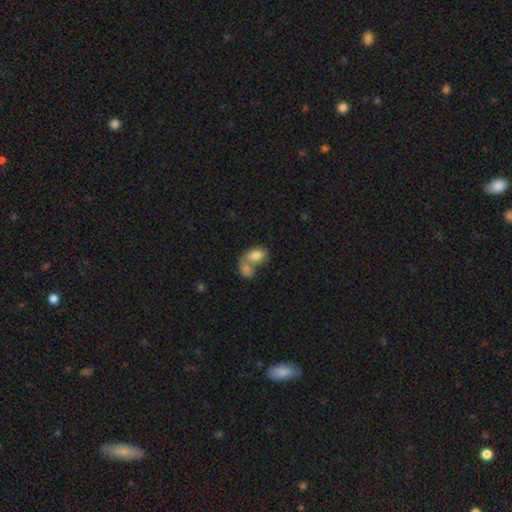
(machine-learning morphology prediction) The model was most divided on "merging": merger: 66%, none: 19%, minor disturbance: 9%, major disturbance: 7%. More confident: how rounded — in between (87%); smooth or featured — smooth (78%).